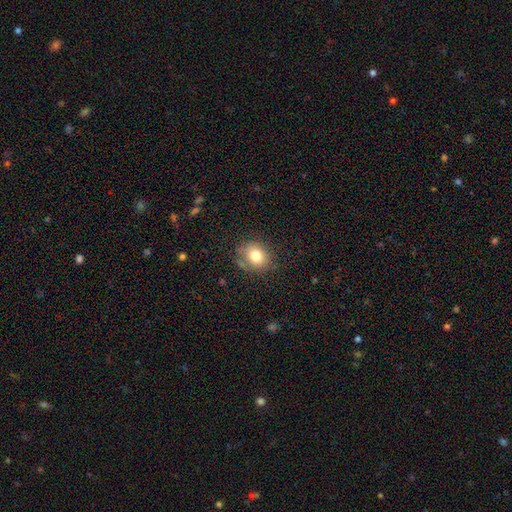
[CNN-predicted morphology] smooth-or-featured: smooth: 77% | featured or disk: 12% | star or artifact: 11%
  how-rounded: round: 62% | in between: 37% | cigar-shaped: 1%
  merging: none: 75% | minor disturbance: 17% | major disturbance: 5% | merger: 3%